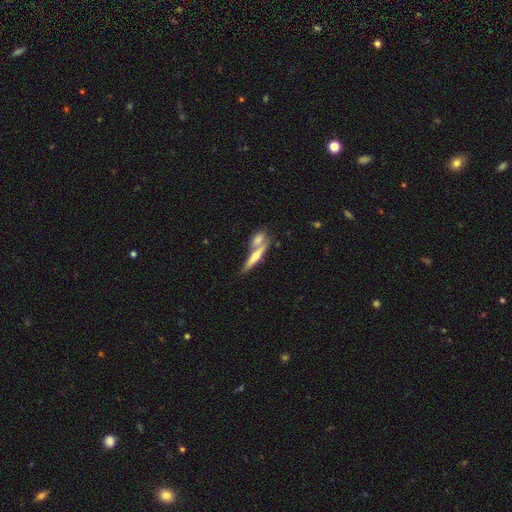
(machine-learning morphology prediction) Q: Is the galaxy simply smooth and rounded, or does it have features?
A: featured or disk — 48%.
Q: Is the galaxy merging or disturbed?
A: none — 51%.